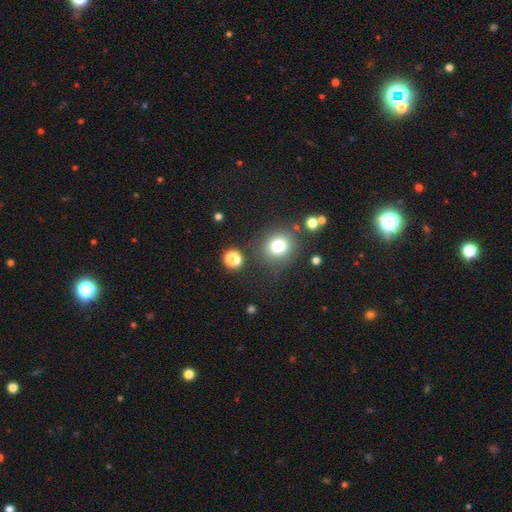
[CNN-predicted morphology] smooth-or-featured: smooth: 54% | star or artifact: 38% | featured or disk: 8%
  how-rounded: round: 88% | in between: 11% | cigar-shaped: 1%
  merging: none: 82% | minor disturbance: 8% | merger: 6% | major disturbance: 3%